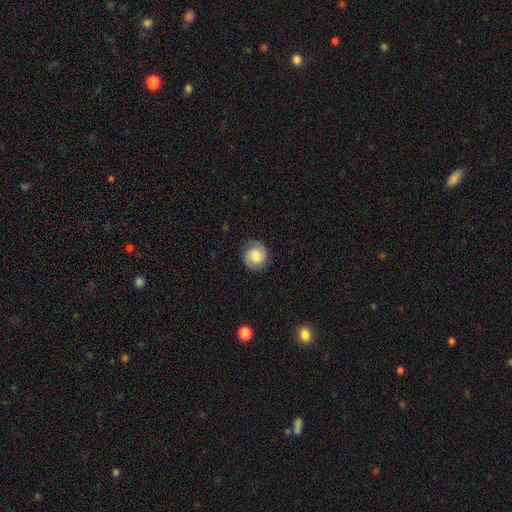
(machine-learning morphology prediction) A featured or disk galaxy (57%) with no bar (51%), 2 (85%) tight (51%) spiral arms (93%) and a moderate central bulge (34%). Merging: none (83%).